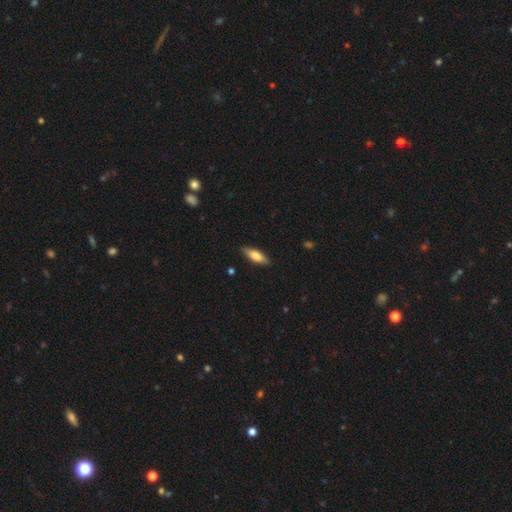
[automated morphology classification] This appears to be a smooth galaxy with no disk features (71%) that is in between round and cigar-shaped (54%). Merging: none (86%).